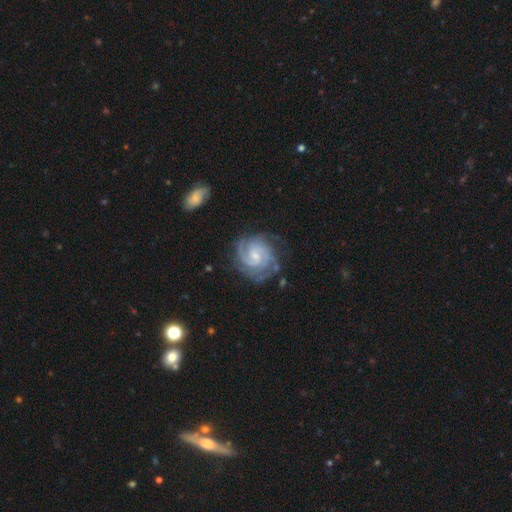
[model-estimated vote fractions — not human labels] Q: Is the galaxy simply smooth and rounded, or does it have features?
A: featured or disk — 88%.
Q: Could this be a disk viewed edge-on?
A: no — 98%.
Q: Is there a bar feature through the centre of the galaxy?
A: no — 47%.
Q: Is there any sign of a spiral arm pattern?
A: yes — 98%.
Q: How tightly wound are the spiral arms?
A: tight — 64%.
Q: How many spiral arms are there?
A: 2 — 35%.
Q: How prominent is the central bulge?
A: small — 62%.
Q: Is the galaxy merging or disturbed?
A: none — 71%.